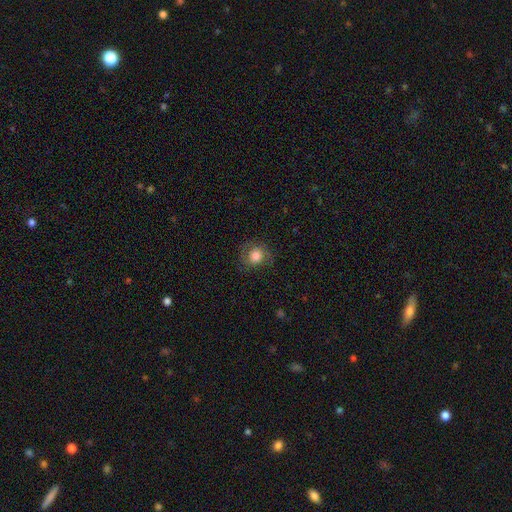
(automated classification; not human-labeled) A smooth galaxy with no disk features (70%) that is round (84%).

Vote fractions:
- Smooth or featured? smooth: 70% / featured or disk: 20% / star or artifact: 9%
- How rounded? round: 84% / in between: 15% / cigar-shaped: 1%
- Merging? none: 74% / minor disturbance: 17% / major disturbance: 8% / merger: 1%